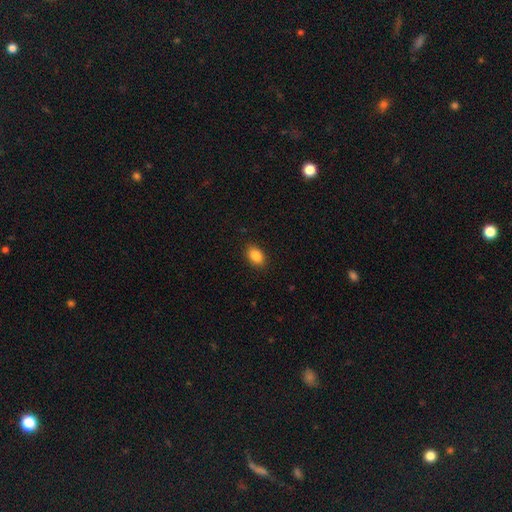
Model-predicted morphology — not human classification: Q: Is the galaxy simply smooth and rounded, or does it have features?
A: smooth — 87%.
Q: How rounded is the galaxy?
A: in between — 83%.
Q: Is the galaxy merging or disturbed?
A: none — 89%.